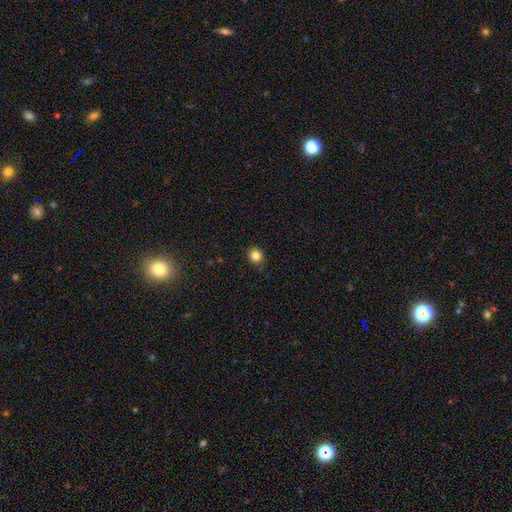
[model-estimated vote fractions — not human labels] Smooth or featured? Predicted: smooth (p=0.83). How rounded? Predicted: round (p=0.78). Merging? Predicted: none (p=0.85).